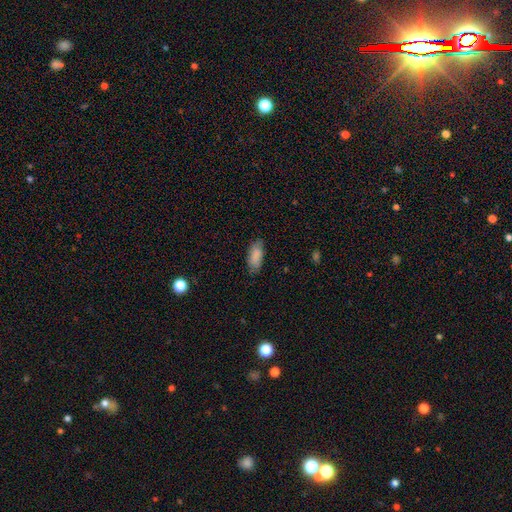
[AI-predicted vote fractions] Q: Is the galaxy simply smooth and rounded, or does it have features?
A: smooth — 86%.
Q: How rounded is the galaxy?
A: in between — 83%.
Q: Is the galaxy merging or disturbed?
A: none — 77%.